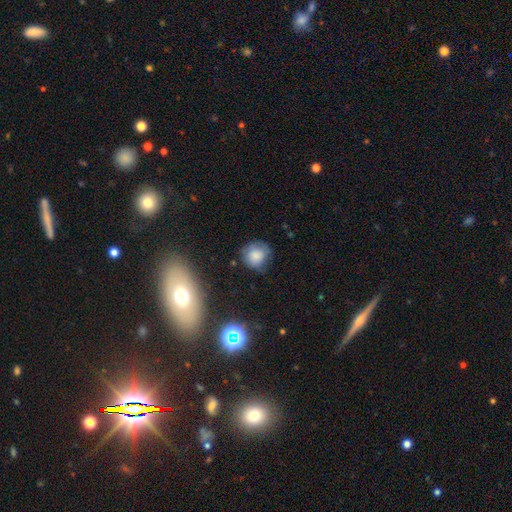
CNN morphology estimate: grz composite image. It shows a smooth galaxy with no disk features (79%) that is round (82%). Merging: none (62%).